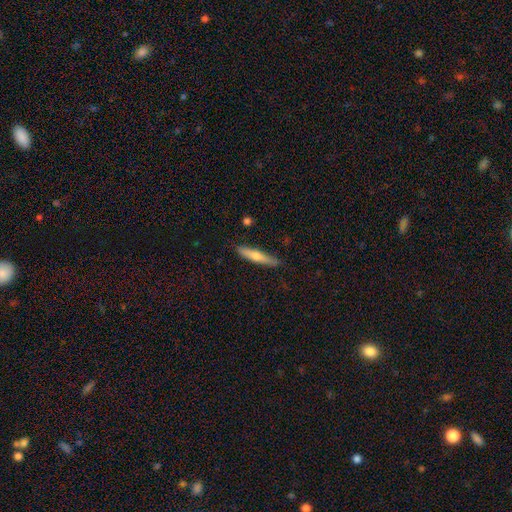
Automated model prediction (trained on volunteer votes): Smooth or featured: smooth — 54% (featured or disk — 40%)
How rounded: cigar-shaped — 89% (in between — 9%)
Merging: none — 86% (minor disturbance — 10%)